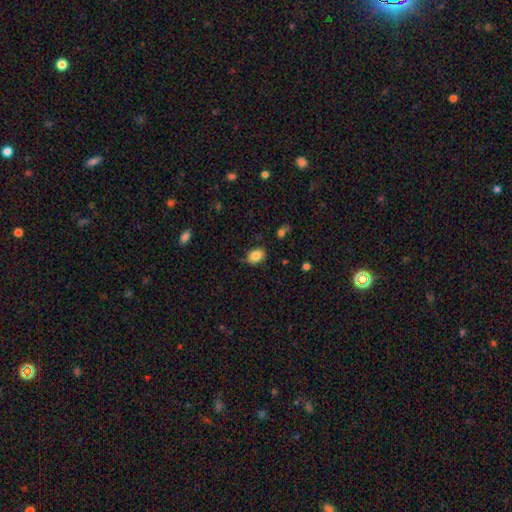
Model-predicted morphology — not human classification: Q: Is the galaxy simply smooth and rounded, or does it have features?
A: smooth — 85%.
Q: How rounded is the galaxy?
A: in between — 77%.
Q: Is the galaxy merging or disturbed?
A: none — 74%.